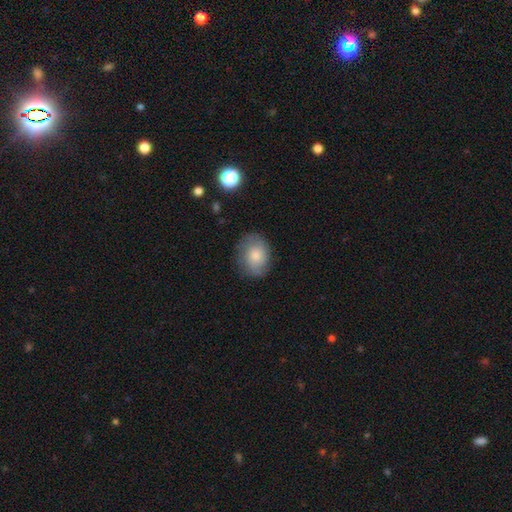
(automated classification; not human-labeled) Q: Smooth or featured?
A: smooth (67%); runner-up: featured or disk (25%)
Q: How rounded?
A: round (50%); runner-up: in between (49%)
Q: Merging?
A: none (74%); runner-up: minor disturbance (19%)